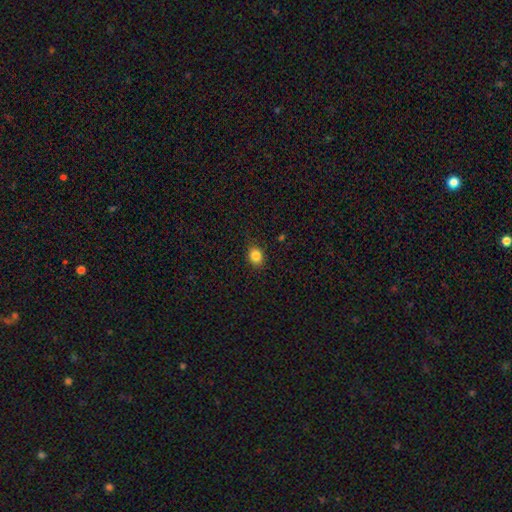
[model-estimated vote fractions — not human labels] smooth_or_featured: smooth (p=0.84) [alt: star or artifact p=0.11]
how_rounded: round (p=0.55) [alt: in between p=0.44]
merging: none (p=0.85) [alt: minor disturbance p=0.11]